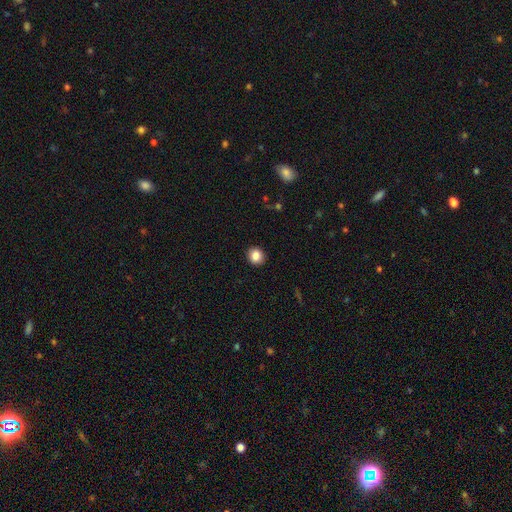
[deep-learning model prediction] Smooth or featured? smooth (85%)
How rounded? round (85%)
Merging? none (92%)